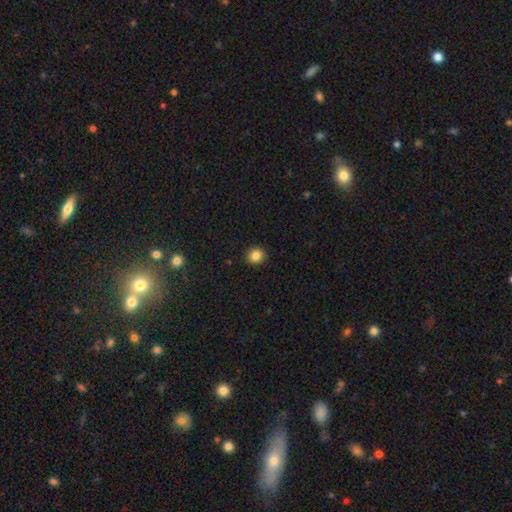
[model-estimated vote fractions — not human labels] This is clearly a smooth galaxy (85%). How rounded: clearly round (90%). Merging: clearly none (92%).